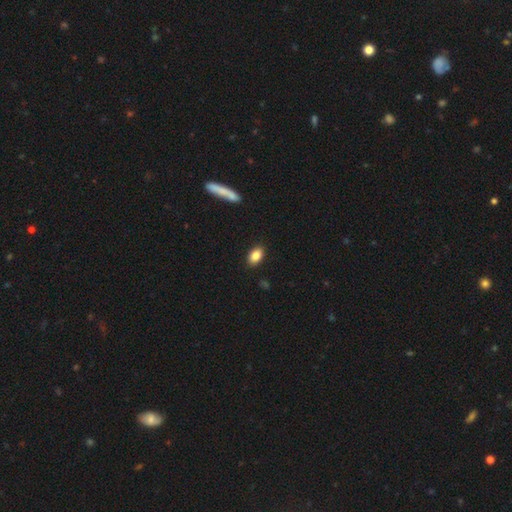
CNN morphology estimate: A smooth galaxy with no disk features (85%) that is in between round and cigar-shaped (87%).

Vote fractions:
- Smooth or featured? smooth: 85% / star or artifact: 8% / featured or disk: 7%
- How rounded? in between: 87% / round: 10% / cigar-shaped: 2%
- Merging? none: 89% / minor disturbance: 8% / major disturbance: 2% / merger: 1%